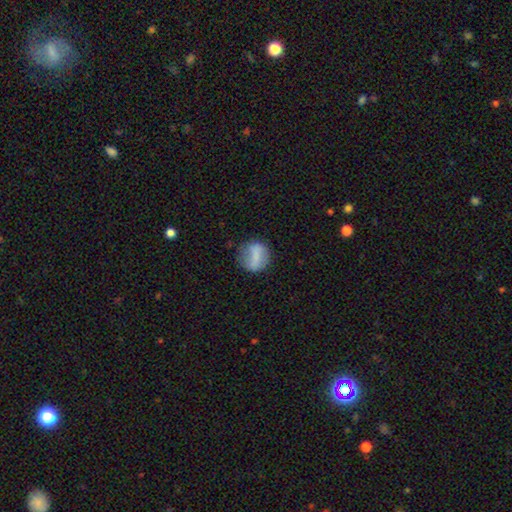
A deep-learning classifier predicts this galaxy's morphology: A smooth galaxy with no disk features (64%) that is round (75%). Merging: none (68%).